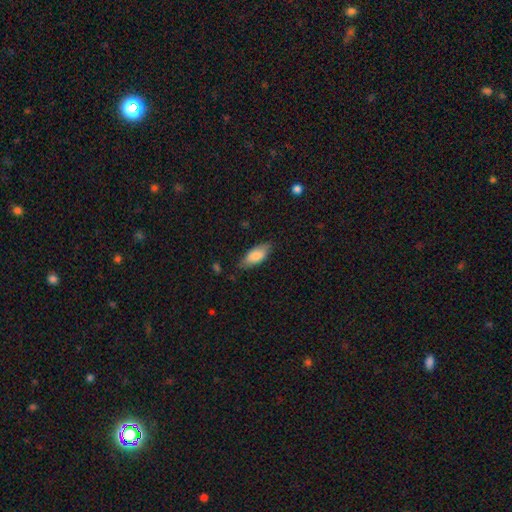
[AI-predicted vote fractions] This appears to be a smooth galaxy with no disk features (82%) that is in between round and cigar-shaped (80%). Merging: none (79%).